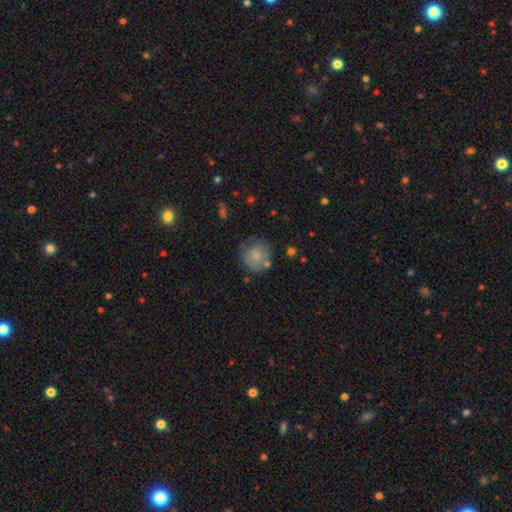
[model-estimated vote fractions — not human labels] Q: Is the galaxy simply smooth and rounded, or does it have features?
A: smooth — 72%.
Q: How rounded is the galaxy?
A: round — 87%.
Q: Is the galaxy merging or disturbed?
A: none — 62%.